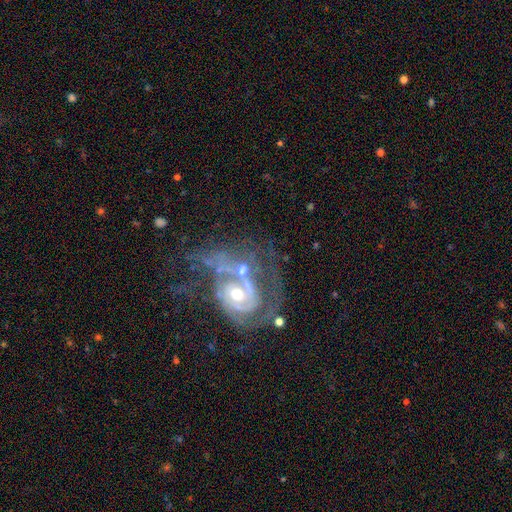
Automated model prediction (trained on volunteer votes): smooth_or_featured: featured or disk (p=0.67) [alt: star or artifact p=0.17]
disk_edge_on: no (p=0.96) [alt: yes p=0.04]
bar: no (p=0.73) [alt: weak p=0.20]
has_spiral_arms: yes (p=0.68) [alt: no p=0.32]
bulge_size: moderate (p=0.47) [alt: small p=0.41]
merging: merger (p=0.43) [alt: none p=0.24]